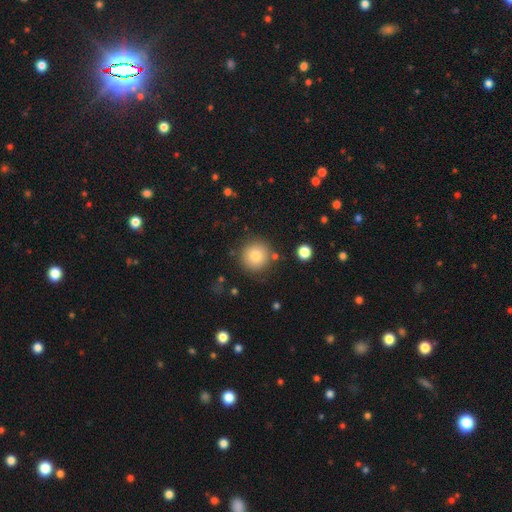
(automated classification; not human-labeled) smooth-or-featured: smooth: 79% | featured or disk: 11% | star or artifact: 10%
  how-rounded: round: 95% | in between: 4% | cigar-shaped: 1%
  merging: none: 84% | minor disturbance: 8% | merger: 4% | major disturbance: 3%